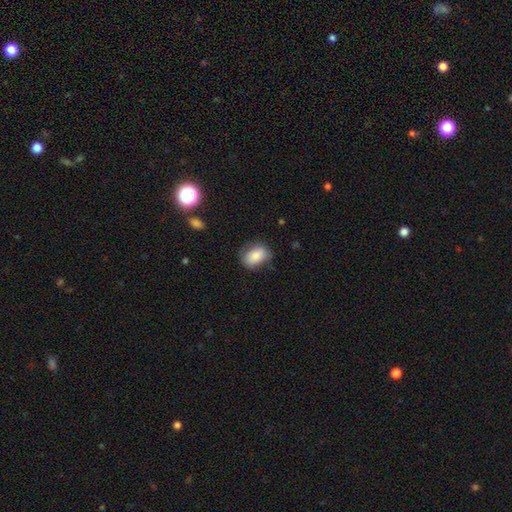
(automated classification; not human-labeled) The model was most divided on "merging": none: 69%, minor disturbance: 22%, major disturbance: 7%, merger: 2%. More confident: smooth or featured — smooth (80%); how rounded — in between (77%).